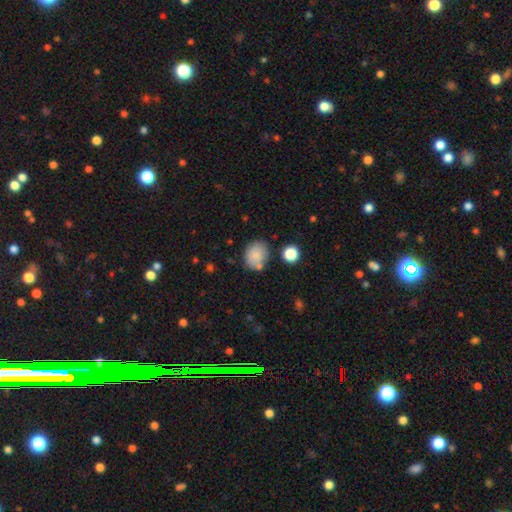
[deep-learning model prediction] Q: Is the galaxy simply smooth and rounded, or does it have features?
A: smooth — 83%.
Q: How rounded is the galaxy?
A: round — 53%.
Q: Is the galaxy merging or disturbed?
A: none — 67%.